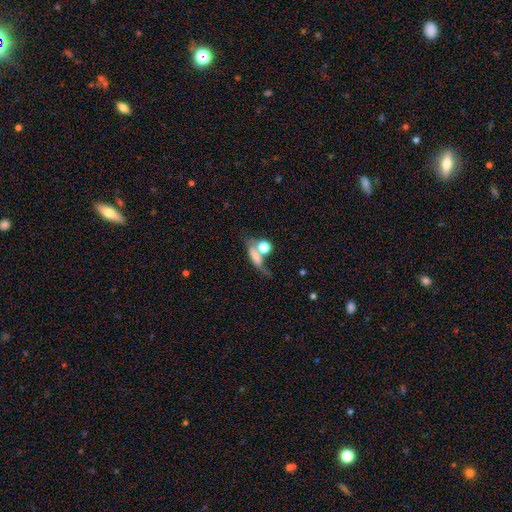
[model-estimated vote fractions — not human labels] Q: Smooth or featured?
A: smooth (63%); runner-up: featured or disk (23%)
Q: How rounded?
A: in between (46%); runner-up: cigar-shaped (29%)
Q: Merging?
A: merger (33%); runner-up: none (31%)